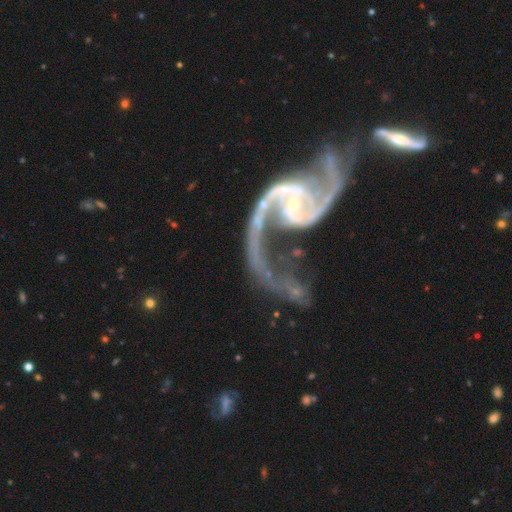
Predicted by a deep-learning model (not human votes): smooth-or-featured: featured or disk: 93% | star or artifact: 4% | smooth: 2%
  disk-edge-on: no: 98% | yes: 2%
    bar: weak: 40% | no: 38% | strong: 22%
    has-spiral-arms: yes: 98% | no: 2%
      spiral-winding: loose: 60% | medium: 32% | tight: 8%
      spiral-arm-count: 2: 91% | 1: 2% | can't tell: 2% | 3: 2% | 4: 1% | more than 4: 1%
    bulge-size: small: 80% | moderate: 13% | none: 5% | large: 1% | dominant: 1%
  merging: none: 39% | major disturbance: 29% | minor disturbance: 18% | merger: 14%